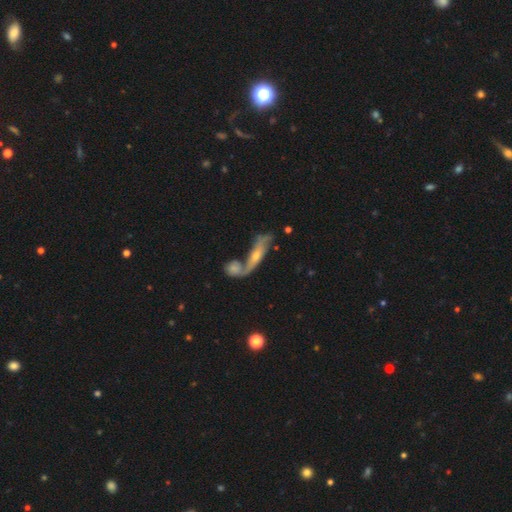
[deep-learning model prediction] smooth-or-featured: featured or disk: 69% | smooth: 21% | star or artifact: 11%
  disk-edge-on: no: 64% | yes: 36%
  merging: merger: 46% | none: 33% | minor disturbance: 11% | major disturbance: 10%